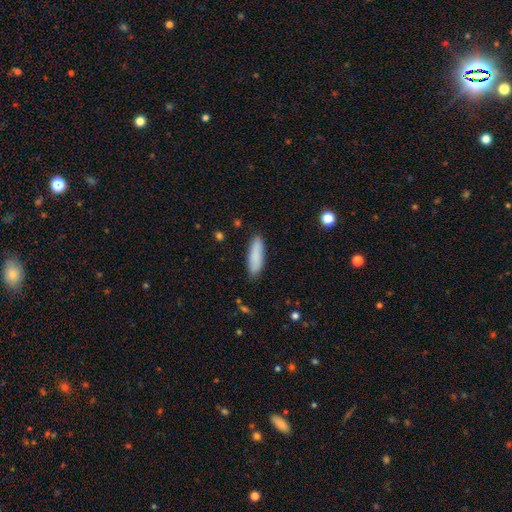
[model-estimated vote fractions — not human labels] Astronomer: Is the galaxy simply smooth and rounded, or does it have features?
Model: smooth — 86%.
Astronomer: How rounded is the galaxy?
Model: cigar-shaped — 57% (runner-up: in between, 41%).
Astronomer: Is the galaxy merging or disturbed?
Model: none — 86%.